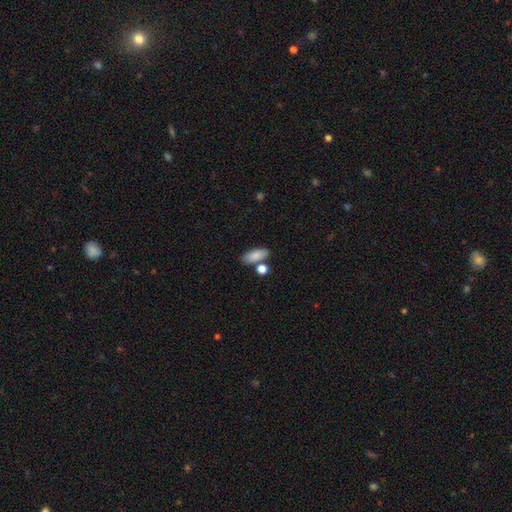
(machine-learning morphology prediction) smooth_or_featured: smooth (p=0.86) [alt: star or artifact p=0.07]
how_rounded: in between (p=0.78) [alt: cigar-shaped p=0.17]
merging: none (p=0.71) [alt: merger p=0.14]